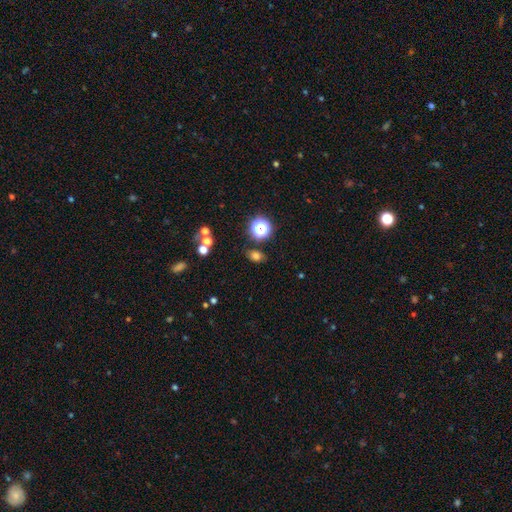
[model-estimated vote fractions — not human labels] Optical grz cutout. It shows a smooth galaxy with no disk features (71%) that is in between round and cigar-shaped (66%). Merging: none (76%).